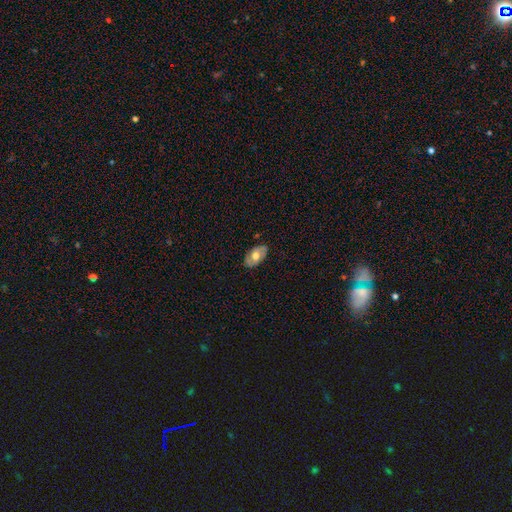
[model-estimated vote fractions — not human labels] smooth-or-featured: smooth: 49% | featured or disk: 44% | star or artifact: 6%
  merging: none: 81% | minor disturbance: 15% | major disturbance: 3% | merger: 1%